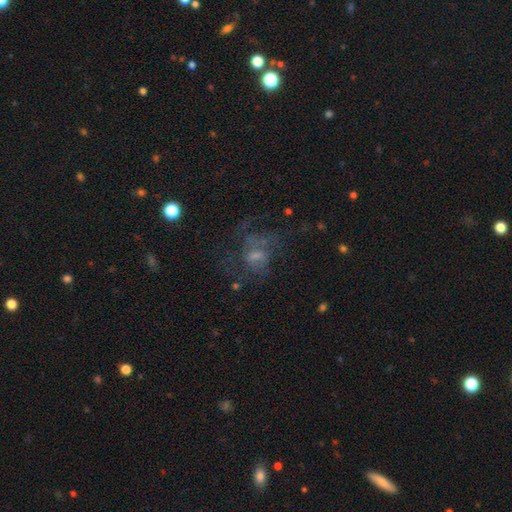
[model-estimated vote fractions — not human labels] Smooth or featured: featured or disk — 48% (smooth — 33%)
Merging: none — 41% (major disturbance — 38%)